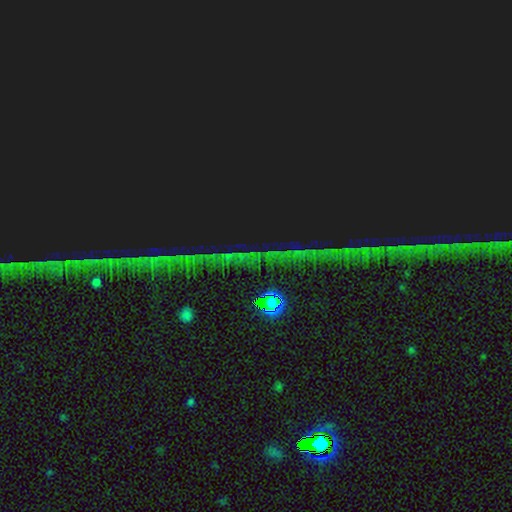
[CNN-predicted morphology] Smooth or featured?
  - star or artifact: 85% *
  - featured or disk: 8%
  - smooth: 7%